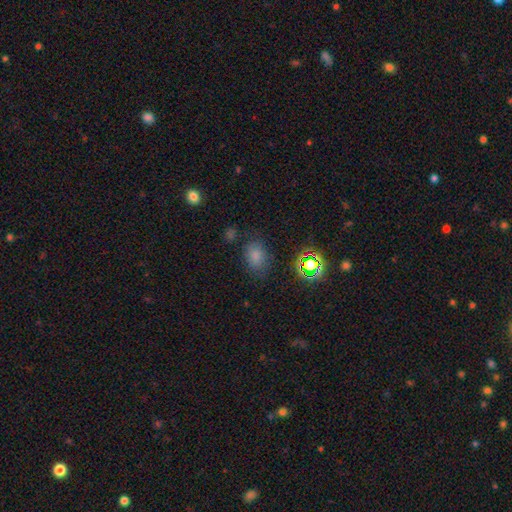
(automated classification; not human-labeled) Smooth or featured: smooth — 72% (star or artifact — 20%)
How rounded: in between — 70% (round — 29%)
Merging: none — 74% (minor disturbance — 17%)